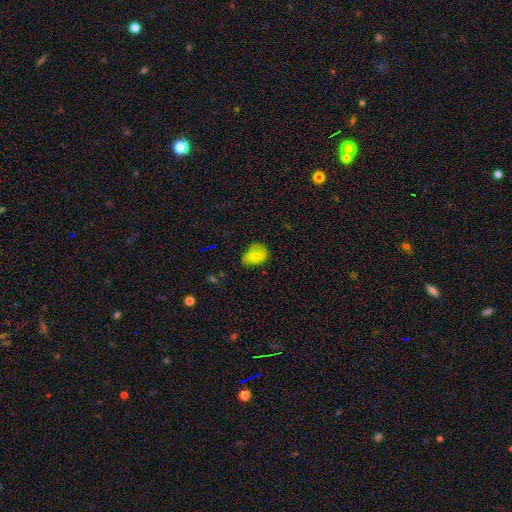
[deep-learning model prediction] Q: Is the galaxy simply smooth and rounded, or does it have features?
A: smooth — 71%.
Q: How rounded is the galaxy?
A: in between — 82%.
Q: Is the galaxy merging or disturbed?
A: none — 54%.